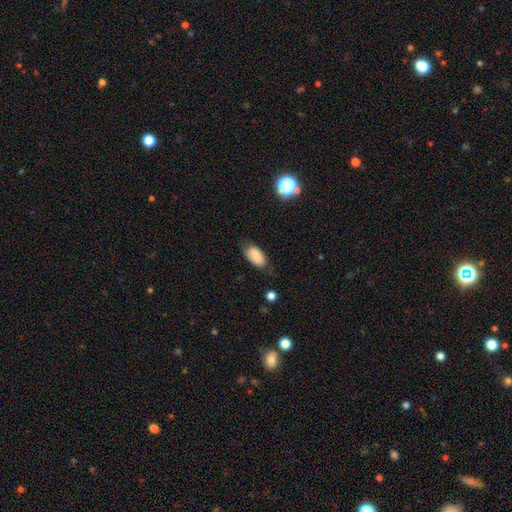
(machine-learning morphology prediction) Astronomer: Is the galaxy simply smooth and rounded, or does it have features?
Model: smooth — 83%.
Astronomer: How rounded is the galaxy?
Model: in between — 93%.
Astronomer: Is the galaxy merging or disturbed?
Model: none — 72%.